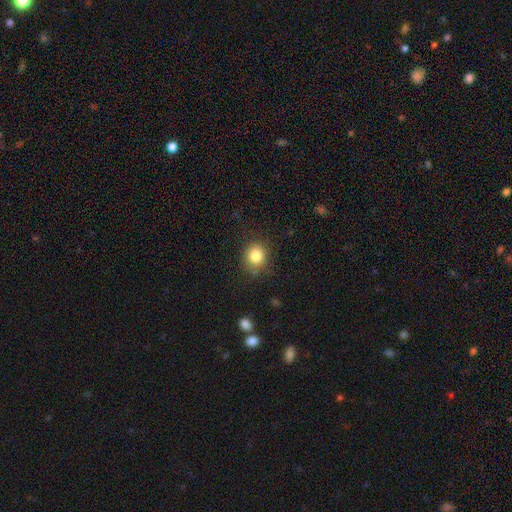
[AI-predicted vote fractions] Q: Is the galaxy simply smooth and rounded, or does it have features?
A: smooth — 82%.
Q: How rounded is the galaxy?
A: round — 78%.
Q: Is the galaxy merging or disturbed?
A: none — 83%.